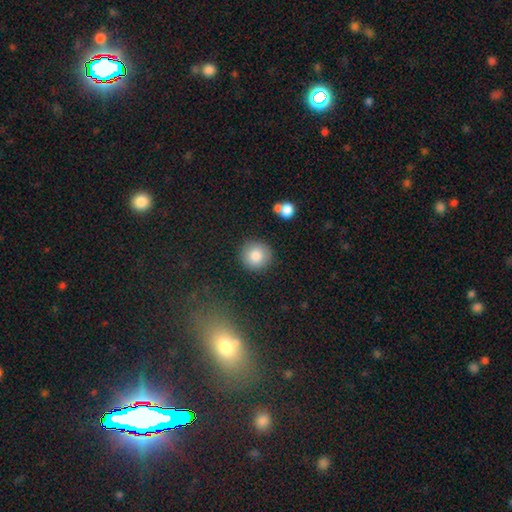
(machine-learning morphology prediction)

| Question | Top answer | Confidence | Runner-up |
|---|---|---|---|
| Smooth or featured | smooth | 84% | star or artifact (9%) |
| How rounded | round | 93% | in between (6%) |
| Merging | none | 89% | minor disturbance (7%) |